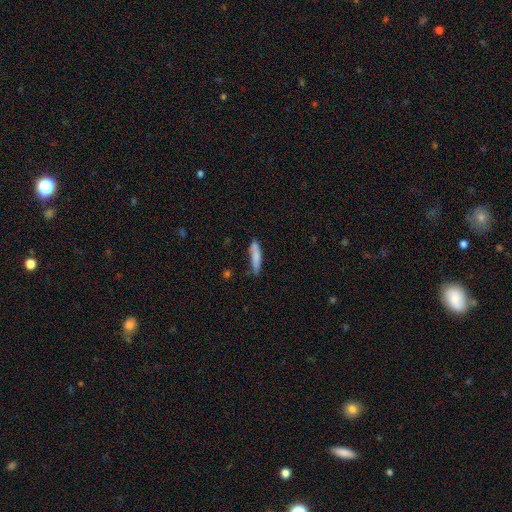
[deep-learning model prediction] smooth_or_featured: smooth (p=0.78) [alt: featured or disk p=0.15]
how_rounded: cigar-shaped (p=0.77) [alt: in between p=0.22]
merging: none (p=0.64) [alt: minor disturbance p=0.25]